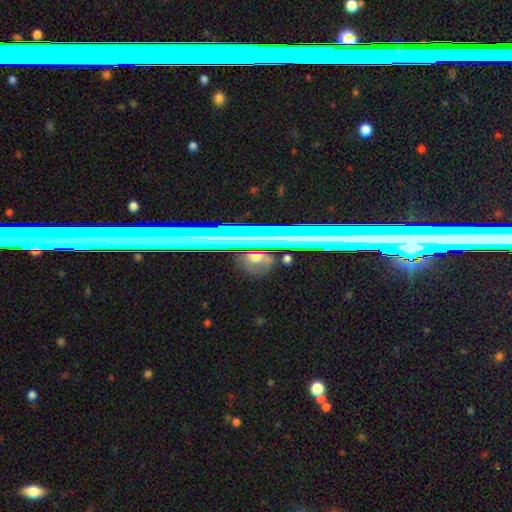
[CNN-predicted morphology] The model was most divided on "smooth or featured": star or artifact: 61%, featured or disk: 26%, smooth: 13%.